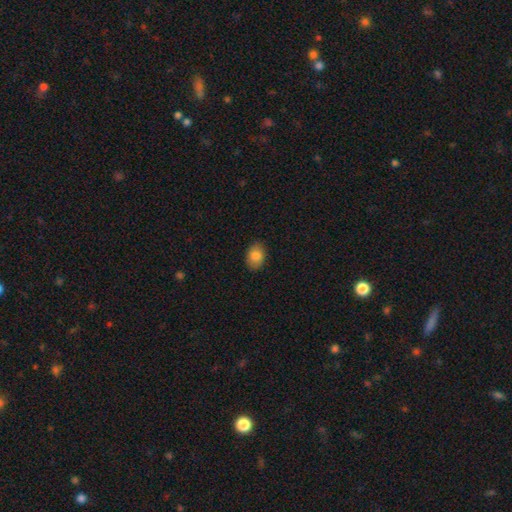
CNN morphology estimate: smooth 84%, star or artifact 8%, featured or disk 8%. Down the decision tree: how rounded — in between (78%); merging — none (88%).